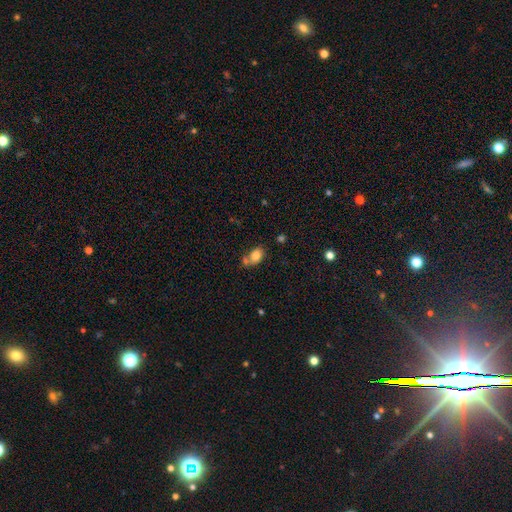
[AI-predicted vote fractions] Q: Smooth or featured?
A: smooth (82%); runner-up: star or artifact (10%)
Q: How rounded?
A: in between (78%); runner-up: round (20%)
Q: Merging?
A: none (47%); runner-up: merger (31%)